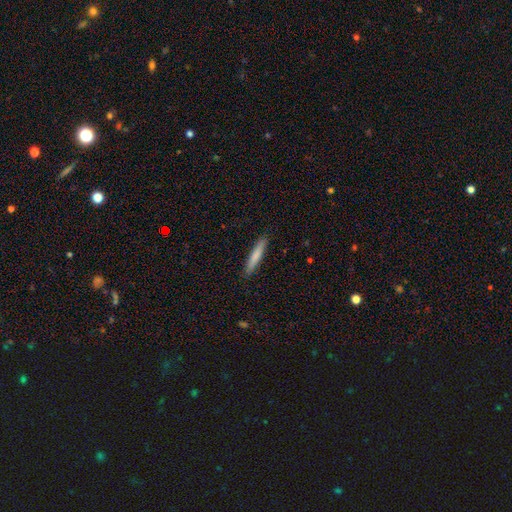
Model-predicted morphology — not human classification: Smooth or featured? Predicted: smooth (p=0.77). How rounded? Predicted: cigar-shaped (p=0.93). Merging? Predicted: none (p=0.91).